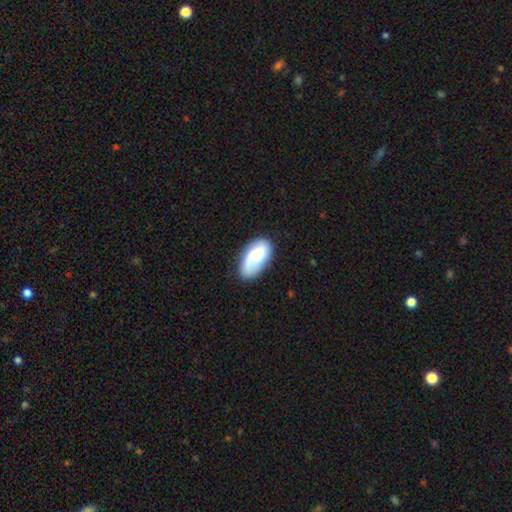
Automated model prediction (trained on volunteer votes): smooth 63%, featured or disk 30%, star or artifact 7%. Down the decision tree: how rounded — in between (94%); merging — none (74%).